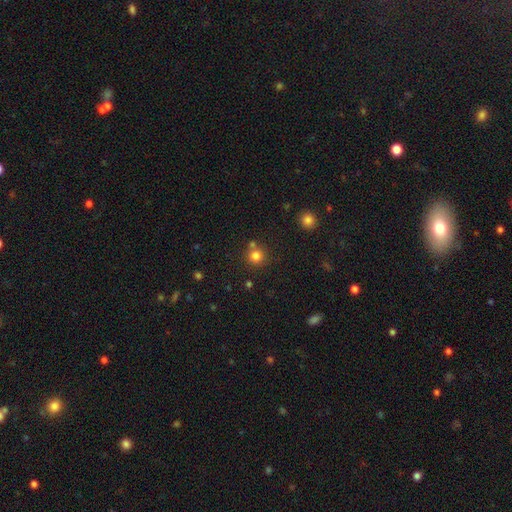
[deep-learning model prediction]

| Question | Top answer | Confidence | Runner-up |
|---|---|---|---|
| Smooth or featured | smooth | 80% | star or artifact (14%) |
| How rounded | round | 93% | in between (6%) |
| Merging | none | 71% | merger (18%) |